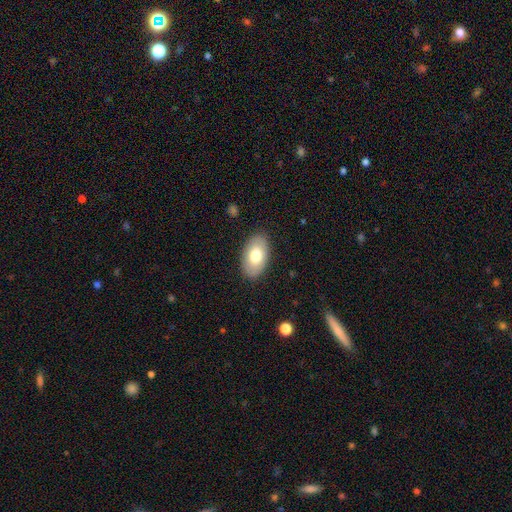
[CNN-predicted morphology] Smooth or featured?
  - smooth: 74% *
  - featured or disk: 20%
  - star or artifact: 6%
How rounded?
  - in between: 94% *
  - round: 5%
  - cigar-shaped: 1%
Merging?
  - none: 87% *
  - minor disturbance: 10%
  - major disturbance: 2%
  - merger: 1%